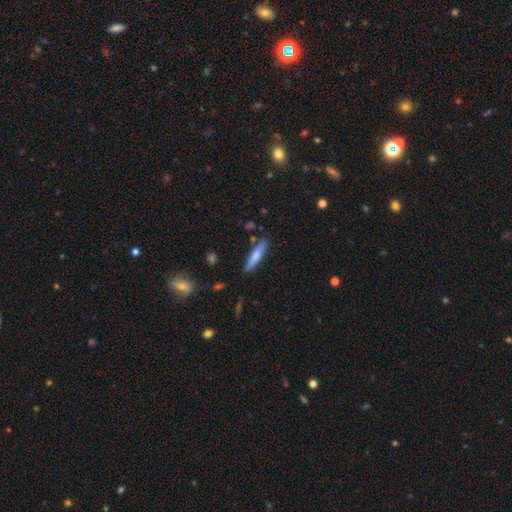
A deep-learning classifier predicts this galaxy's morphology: Q: Smooth or featured?
A: smooth (67%); runner-up: featured or disk (27%)
Q: How rounded?
A: cigar-shaped (83%); runner-up: in between (16%)
Q: Merging?
A: none (82%); runner-up: minor disturbance (12%)